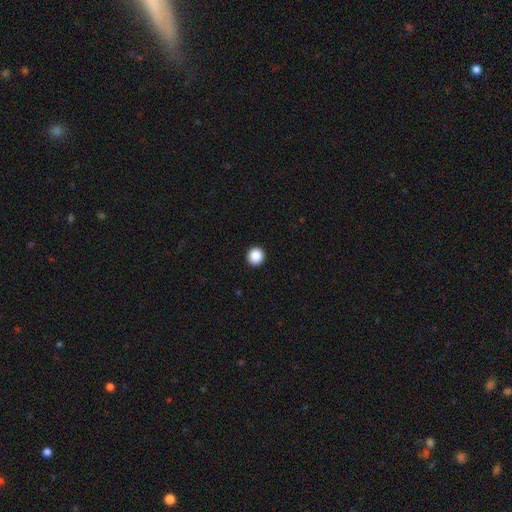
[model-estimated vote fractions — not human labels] This appears to be a smooth galaxy with no disk features (88%) that is round (94%). Merging: none (94%).